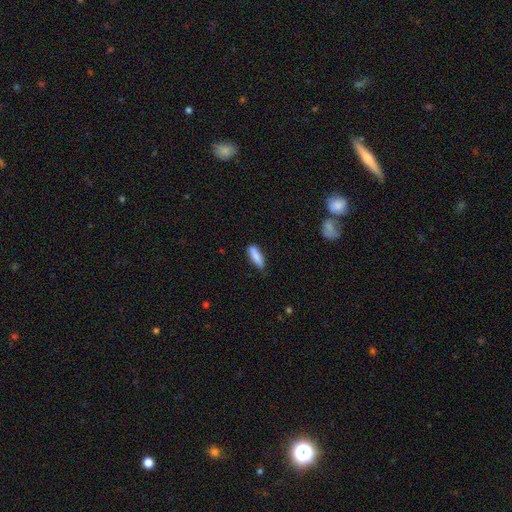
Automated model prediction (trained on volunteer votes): The model was most divided on "how rounded": cigar-shaped: 55%, in between: 43%, round: 2%. More confident: smooth or featured — smooth (87%); merging — none (80%).